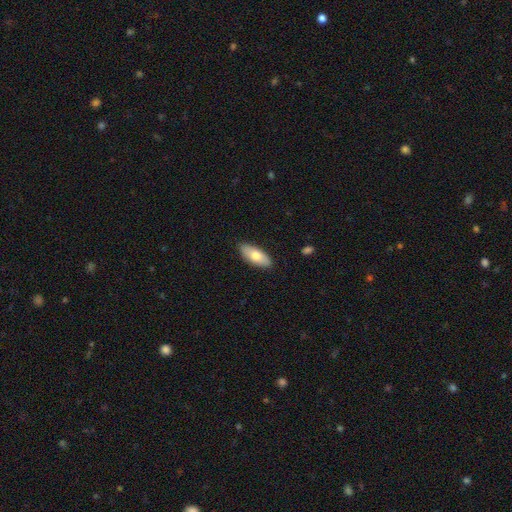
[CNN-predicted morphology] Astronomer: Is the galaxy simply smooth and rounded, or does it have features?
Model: smooth — 73%.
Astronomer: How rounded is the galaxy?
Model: in between — 85%.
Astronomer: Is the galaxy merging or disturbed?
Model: none — 86%.